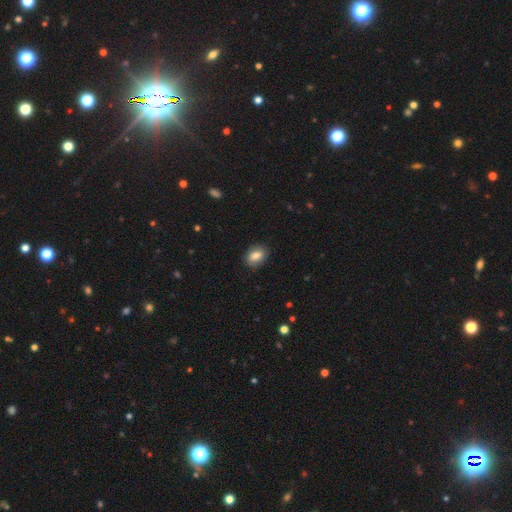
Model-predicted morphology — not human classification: Smooth or featured? Predicted: smooth (p=0.80). How rounded? Predicted: in between (p=0.78). Merging? Predicted: none (p=0.86).